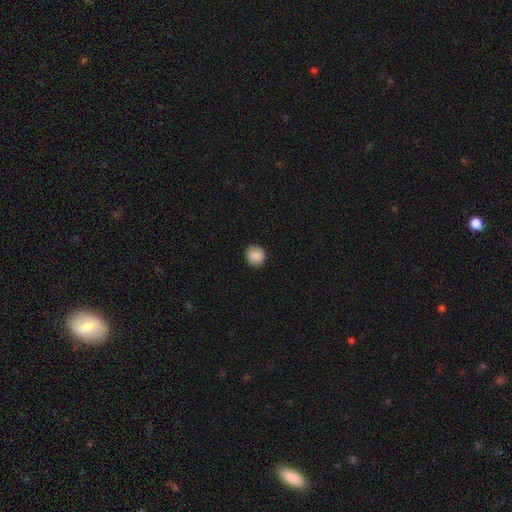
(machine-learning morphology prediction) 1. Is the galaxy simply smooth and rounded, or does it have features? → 87% smooth, 8% star or artifact, 5% featured or disk.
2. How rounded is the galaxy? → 86% round, 13% in between, 1% cigar-shaped.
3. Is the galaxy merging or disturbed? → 90% none, 7% minor disturbance, 2% major disturbance, 1% merger.